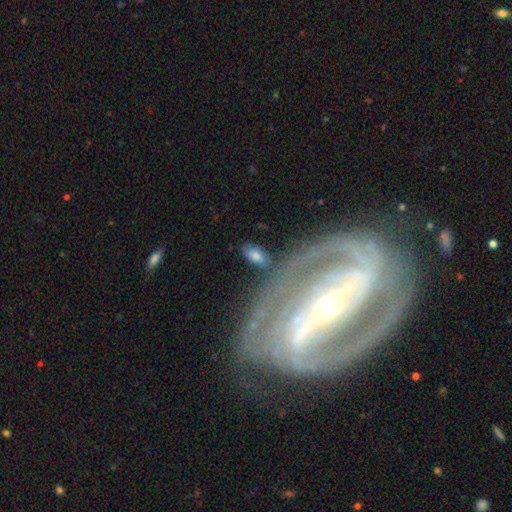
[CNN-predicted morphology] smooth 65%, featured or disk 27%, star or artifact 8%. Down the decision tree: how rounded — in between (87%); merging — none (72%).